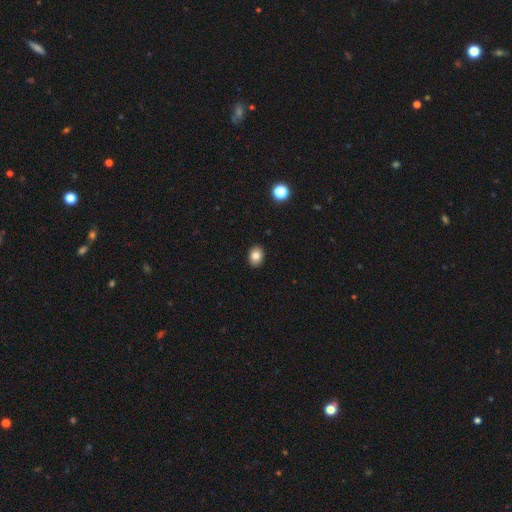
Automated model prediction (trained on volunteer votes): Smooth or featured? Predicted: smooth (p=0.83). How rounded? Predicted: in between (p=0.62). Merging? Predicted: none (p=0.91).